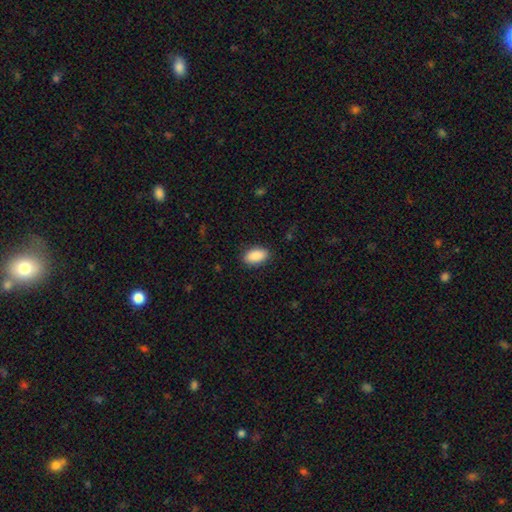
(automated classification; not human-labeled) Smooth or featured: smooth — 91% (star or artifact — 6%)
How rounded: in between — 94% (round — 4%)
Merging: none — 88% (minor disturbance — 9%)